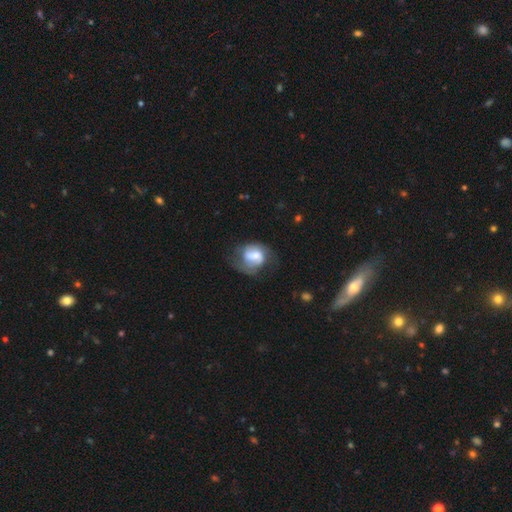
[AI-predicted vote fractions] This is likely a featured or disk galaxy (63%). It is clearly not viewed edge-on (98%). Bar: possibly weak (49%). Spiral arm pattern: clearly yes (85%). Spiral arm count: likely 2 (70%). Spiral winding: marginally medium (45%). Central bulge: marginally moderate (41%). Merging: possibly none (50%).